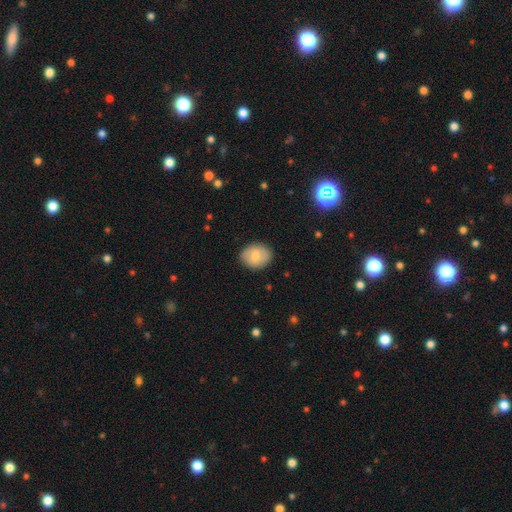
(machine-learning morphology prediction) A smooth galaxy with no disk features (71%) that is in between round and cigar-shaped (50%).

Vote fractions:
- Smooth or featured? smooth: 71% / featured or disk: 22% / star or artifact: 7%
- How rounded? in between: 50% / round: 49% / cigar-shaped: 1%
- Merging? none: 85% / minor disturbance: 11% / major disturbance: 3% / merger: 1%